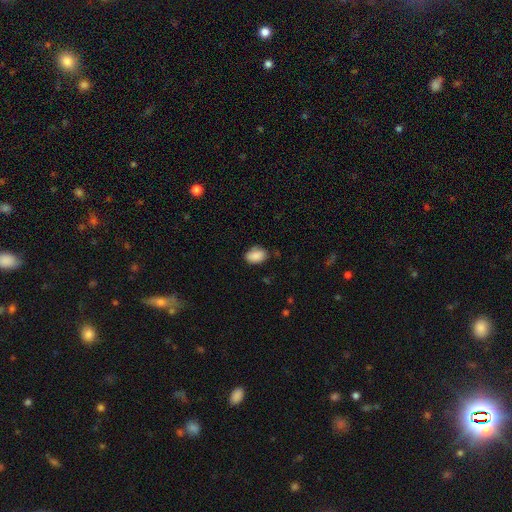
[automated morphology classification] A smooth galaxy with no disk features (88%) that is in between round and cigar-shaped (84%).

Vote fractions:
- Smooth or featured? smooth: 88% / star or artifact: 7% / featured or disk: 4%
- How rounded? in between: 84% / round: 15% / cigar-shaped: 1%
- Merging? none: 76% / minor disturbance: 19% / major disturbance: 4% / merger: 2%